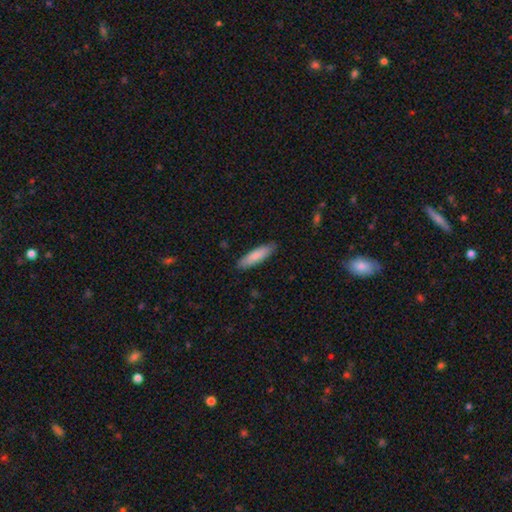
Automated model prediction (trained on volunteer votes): smooth_or_featured: smooth (p=0.83) [alt: featured or disk p=0.12]
how_rounded: cigar-shaped (p=0.66) [alt: in between p=0.33]
merging: none (p=0.86) [alt: minor disturbance p=0.11]